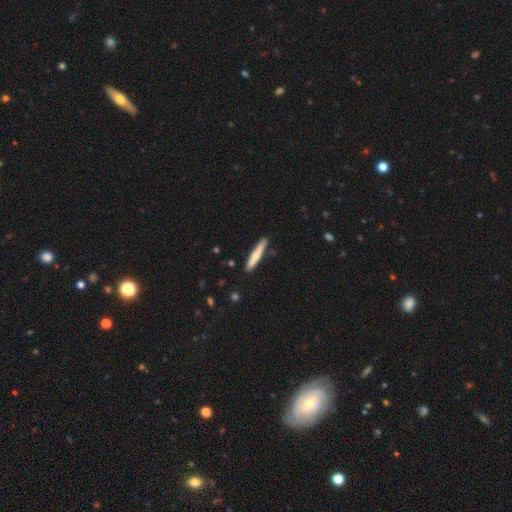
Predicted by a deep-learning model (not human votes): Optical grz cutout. It shows a smooth galaxy with no disk features (61%) that is cigar-shaped (94%). Merging: none (87%).